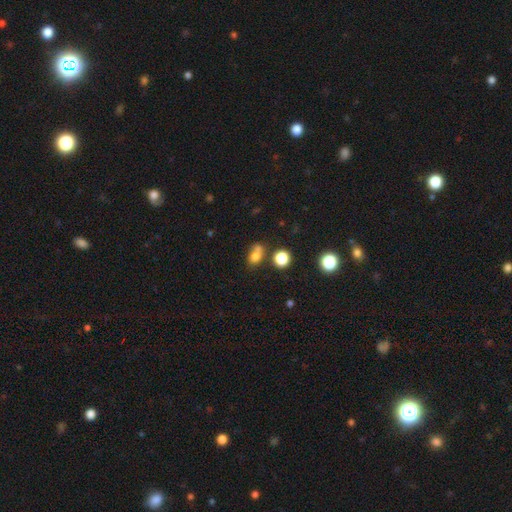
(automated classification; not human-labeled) Q: Smooth or featured?
A: smooth (73%); runner-up: star or artifact (16%)
Q: How rounded?
A: round (49%); tied with: in between (49%)
Q: Merging?
A: none (41%); tied with: merger (41%)